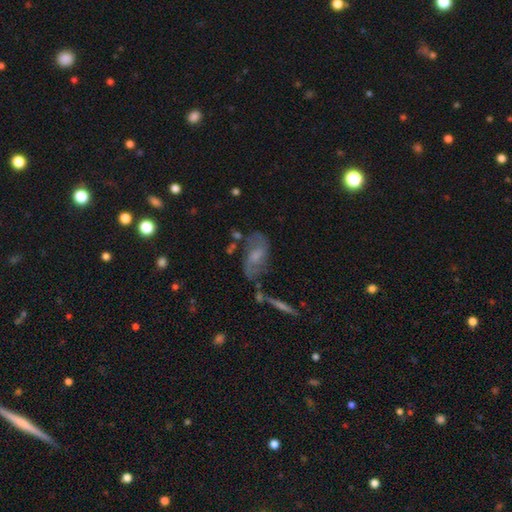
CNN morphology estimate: A featured or disk galaxy (64%) with a weak bar (45%), spiral arms (82%) and a moderate central bulge (40%).

Vote fractions:
- Smooth or featured? featured or disk: 64% / smooth: 27% / star or artifact: 10%
- Edge-on disk? no: 91% / yes: 9%
- Bar? weak: 45% / no: 43% / strong: 12%
- Spiral arms? yes: 82% / no: 18%
- Bulge size? moderate: 40% / small: 29% / none: 20% / large: 10% / dominant: 2%
- Merging? none: 55% / minor disturbance: 23% / major disturbance: 14% / merger: 9%